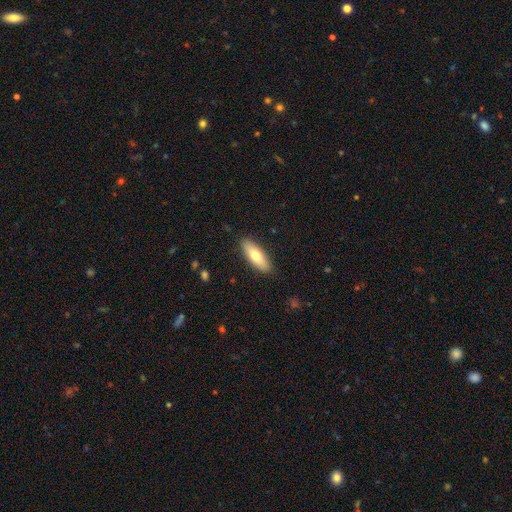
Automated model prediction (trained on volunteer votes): Overall: smooth (71%). How rounded: in between (65%; cigar-shaped 33%). Merging: none (88%).